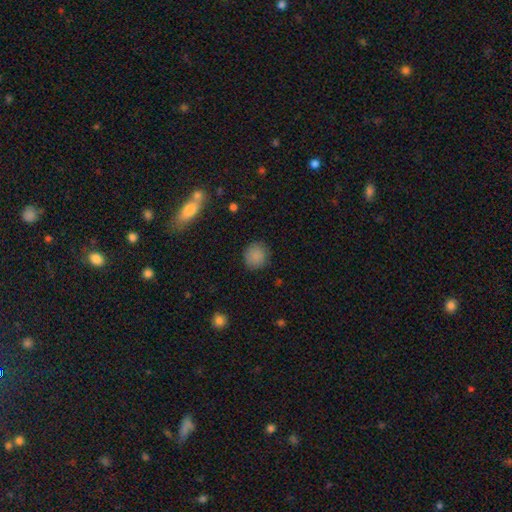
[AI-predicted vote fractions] smooth-or-featured: smooth: 85% | star or artifact: 10% | featured or disk: 5%
  how-rounded: round: 90% | in between: 9% | cigar-shaped: 1%
  merging: none: 86% | minor disturbance: 10% | major disturbance: 3% | merger: 1%